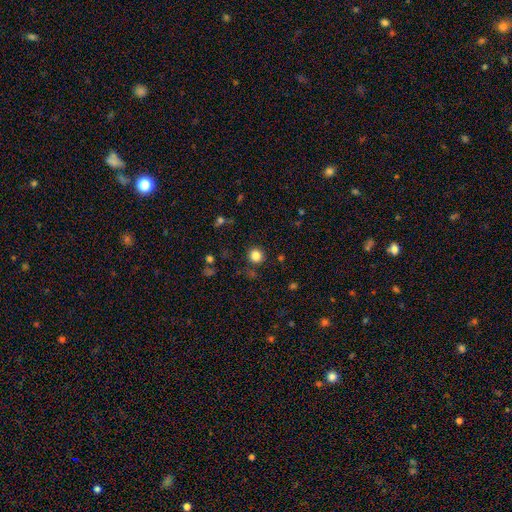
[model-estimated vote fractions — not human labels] The model was most divided on "smooth or featured": smooth: 83%, star or artifact: 12%, featured or disk: 4%. More confident: how rounded — round (92%); merging — none (88%).